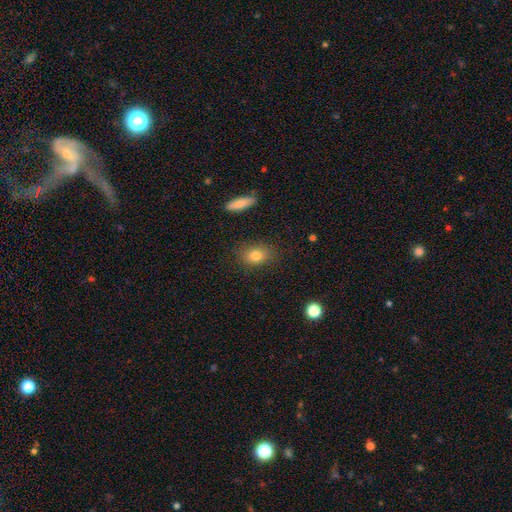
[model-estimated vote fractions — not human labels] Smooth or featured?
  - smooth: 81% *
  - star or artifact: 10%
  - featured or disk: 9%
How rounded?
  - in between: 71% *
  - round: 26%
  - cigar-shaped: 3%
Merging?
  - none: 82% *
  - minor disturbance: 12%
  - major disturbance: 4%
  - merger: 2%